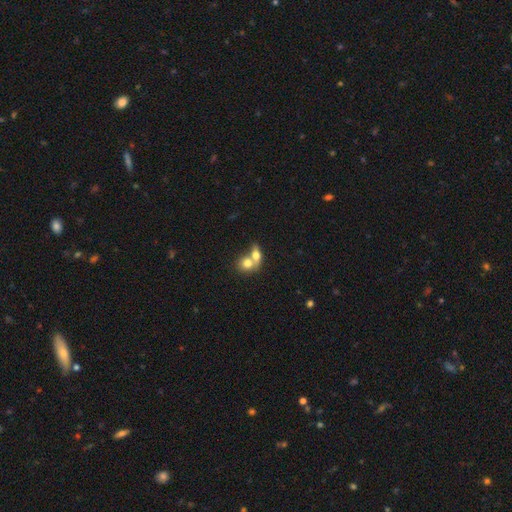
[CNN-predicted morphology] Q: Smooth or featured?
A: smooth (72%); runner-up: featured or disk (20%)
Q: How rounded?
A: in between (56%); runner-up: round (40%)
Q: Merging?
A: merger (72%); runner-up: none (19%)